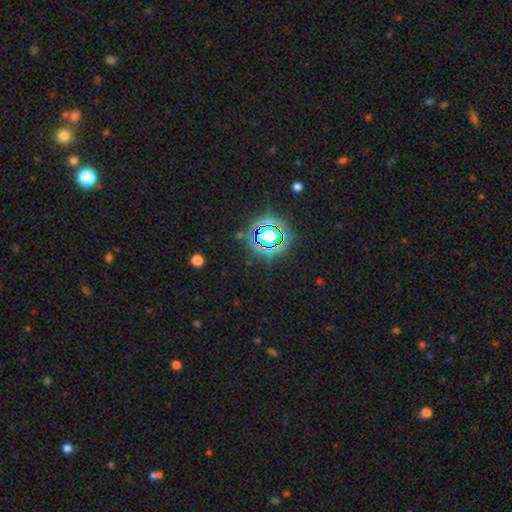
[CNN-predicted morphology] The model was most divided on "smooth or featured": star or artifact: 81%, smooth: 12%, featured or disk: 7%.